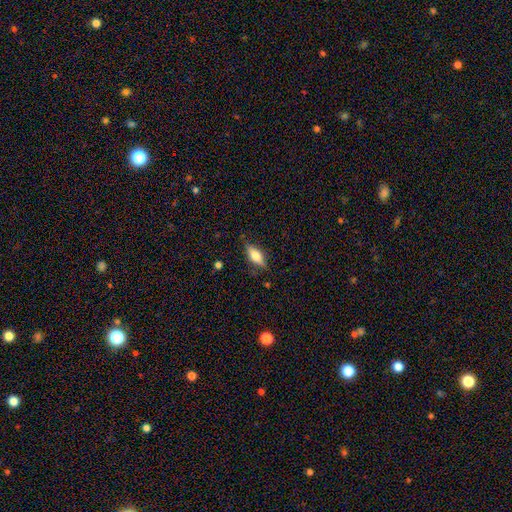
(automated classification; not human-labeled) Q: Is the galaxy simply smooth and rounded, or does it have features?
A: smooth — 57%.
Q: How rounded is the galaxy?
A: in between — 68%.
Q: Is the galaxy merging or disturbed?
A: none — 77%.